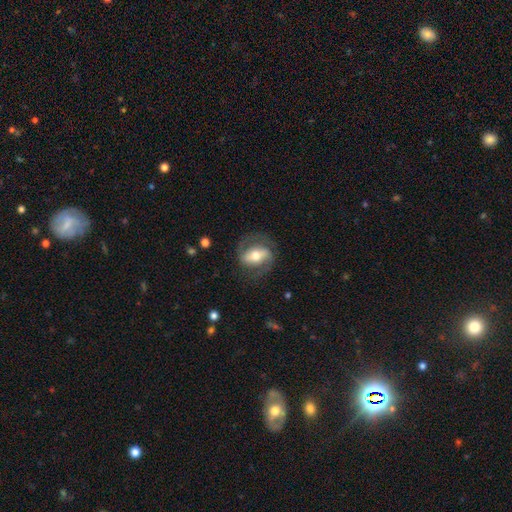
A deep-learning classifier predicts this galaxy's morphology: Q: Smooth or featured?
A: featured or disk (70%); runner-up: smooth (24%)
Q: Edge-on disk?
A: no (95%); runner-up: yes (5%)
Q: Bar?
A: strong (48%); runner-up: weak (31%)
Q: Spiral arms?
A: yes (81%); runner-up: no (19%)
Q: Spiral winding?
A: medium (50%); runner-up: tight (28%)
Q: Spiral arm count?
A: 2 (88%); runner-up: can't tell (6%)
Q: Bulge size?
A: moderate (66%); runner-up: small (16%)
Q: Merging?
A: none (74%); runner-up: minor disturbance (15%)